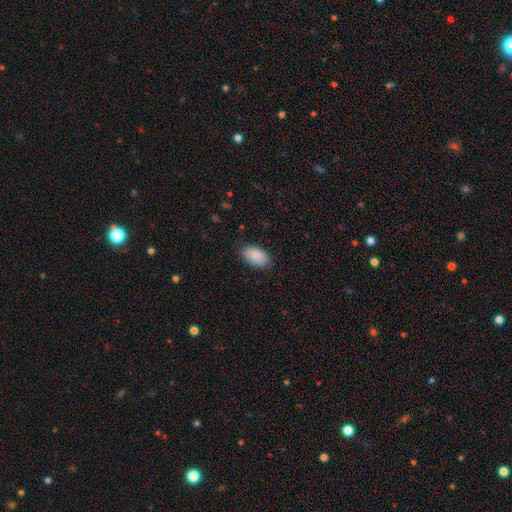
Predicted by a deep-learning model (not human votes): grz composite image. It shows a smooth galaxy with no disk features (90%) that is in between round and cigar-shaped (93%). Merging: none (86%).